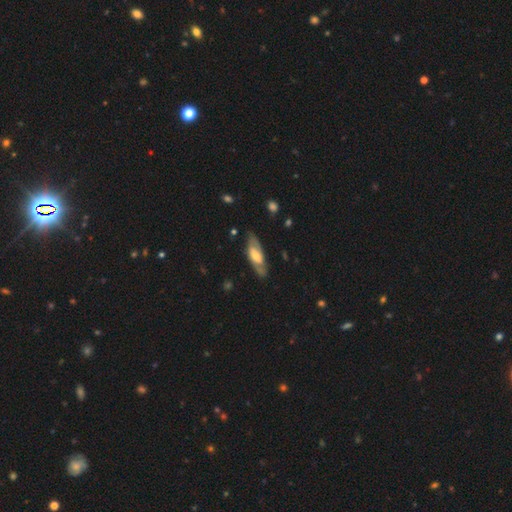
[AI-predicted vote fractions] Overall: featured or disk (60%; smooth 34%). Edge-on disk: no (76%). Merging: none (76%).